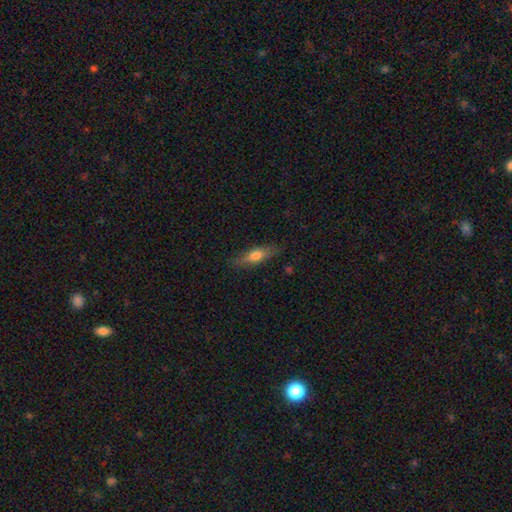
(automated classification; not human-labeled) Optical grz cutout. It shows a smooth galaxy with no disk features (62%) that is cigar-shaped (54%). Merging: none (82%).